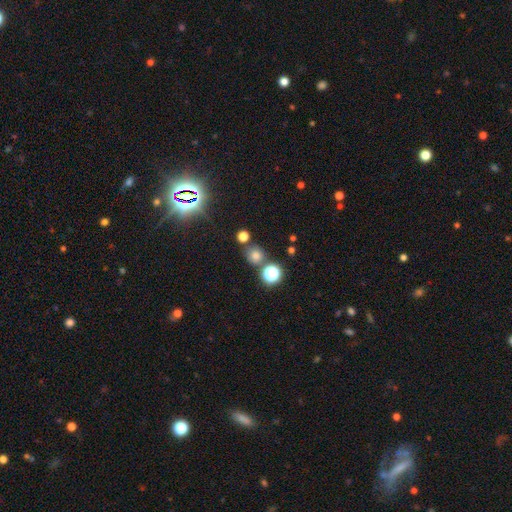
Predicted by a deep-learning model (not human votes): This appears to be a smooth galaxy with no disk features (66%) that is round (84%). Merging: none (75%).